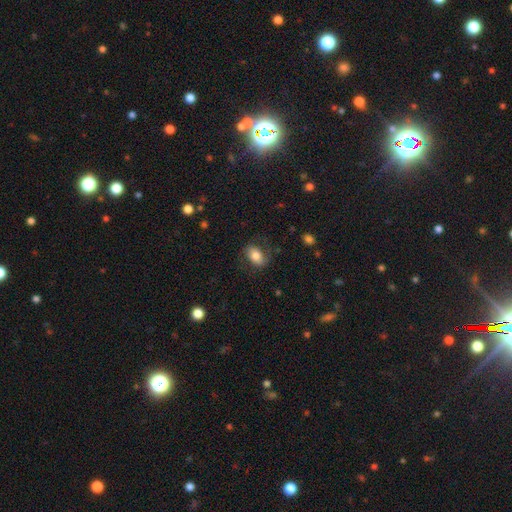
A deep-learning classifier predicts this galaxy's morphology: A smooth galaxy with no disk features (71%) that is in between round and cigar-shaped (84%).

Vote fractions:
- Smooth or featured? smooth: 71% / featured or disk: 21% / star or artifact: 8%
- How rounded? in between: 84% / round: 14% / cigar-shaped: 2%
- Merging? none: 71% / minor disturbance: 18% / major disturbance: 9% / merger: 1%